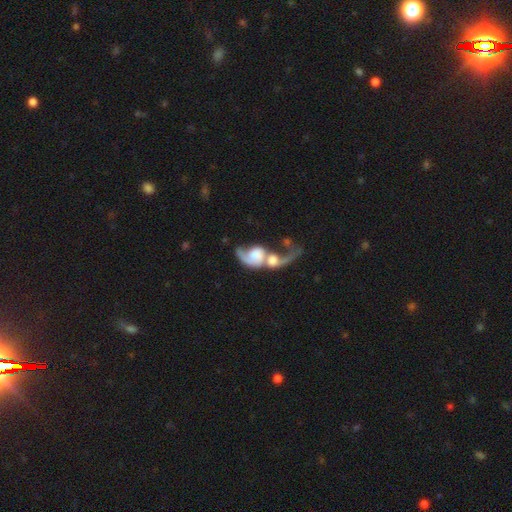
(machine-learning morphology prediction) Q: Smooth or featured?
A: featured or disk (64%); runner-up: smooth (29%)
Q: Edge-on disk?
A: no (96%); runner-up: yes (4%)
Q: Bar?
A: no (73%); runner-up: weak (21%)
Q: Spiral arms?
A: yes (77%); runner-up: no (23%)
Q: Bulge size?
A: large (31%); runner-up: moderate (26%)
Q: Merging?
A: merger (75%); runner-up: major disturbance (14%)